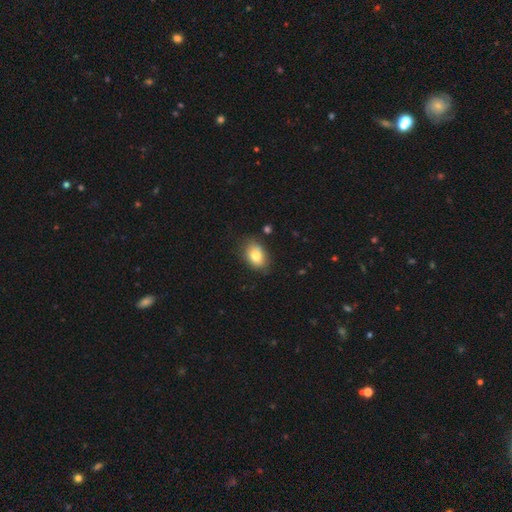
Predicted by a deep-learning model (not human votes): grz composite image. It shows a smooth galaxy with no disk features (80%) that is in between round and cigar-shaped (78%). Merging: none (77%).